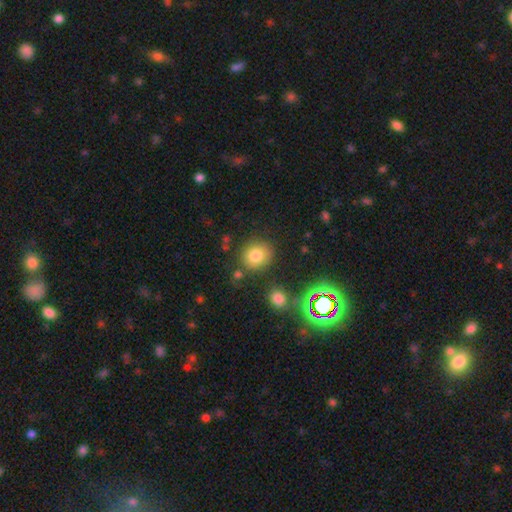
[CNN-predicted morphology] This is likely a smooth galaxy (79%). How rounded: likely round (80%). Merging: clearly none (80%).